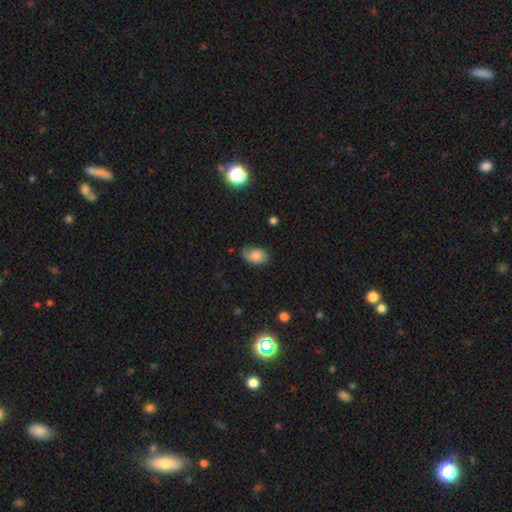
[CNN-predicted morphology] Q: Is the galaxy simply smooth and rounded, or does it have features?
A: smooth — 70%.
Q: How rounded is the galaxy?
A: in between — 85%.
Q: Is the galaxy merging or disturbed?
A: none — 54%.